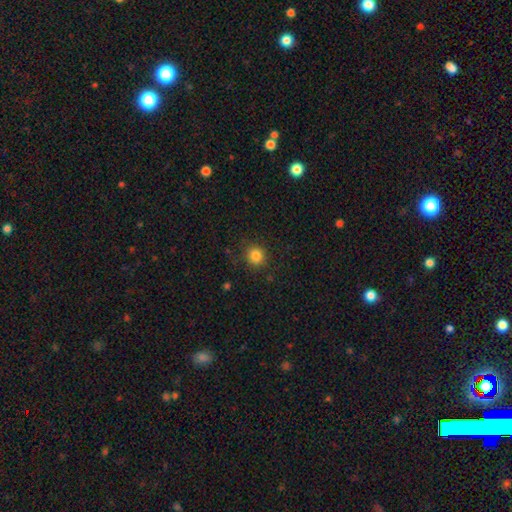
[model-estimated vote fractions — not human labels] A smooth galaxy with no disk features (84%) that is round (90%).

Vote fractions:
- Smooth or featured? smooth: 84% / star or artifact: 12% / featured or disk: 4%
- How rounded? round: 90% / in between: 9% / cigar-shaped: 1%
- Merging? none: 87% / minor disturbance: 9% / major disturbance: 3% / merger: 1%